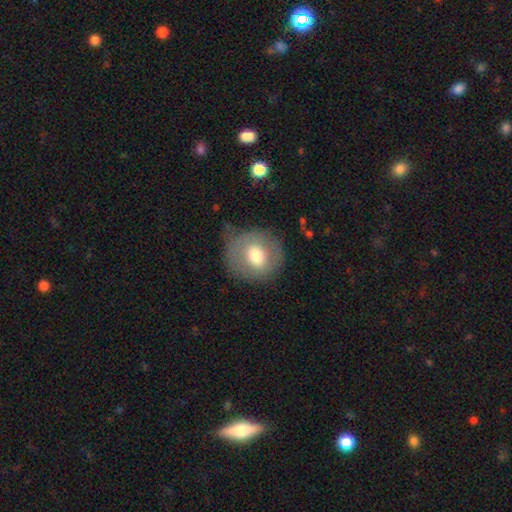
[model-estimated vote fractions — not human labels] This is likely a smooth galaxy (65%). How rounded: clearly round (89%). Merging: likely none (69%).